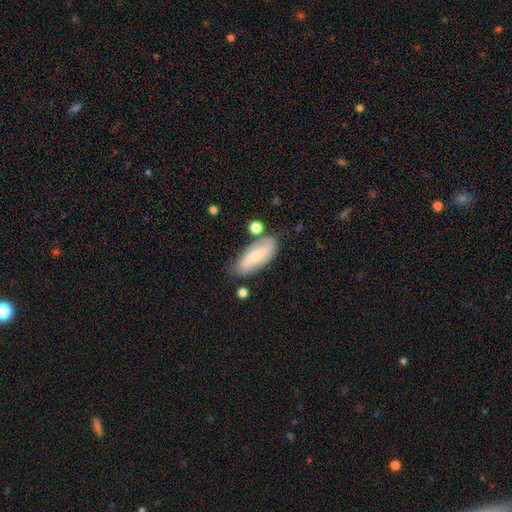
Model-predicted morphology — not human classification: A featured or disk galaxy (49%).

Vote fractions:
- Smooth or featured? featured or disk: 49% / smooth: 44% / star or artifact: 7%
- Merging? none: 71% / minor disturbance: 18% / merger: 6% / major disturbance: 5%